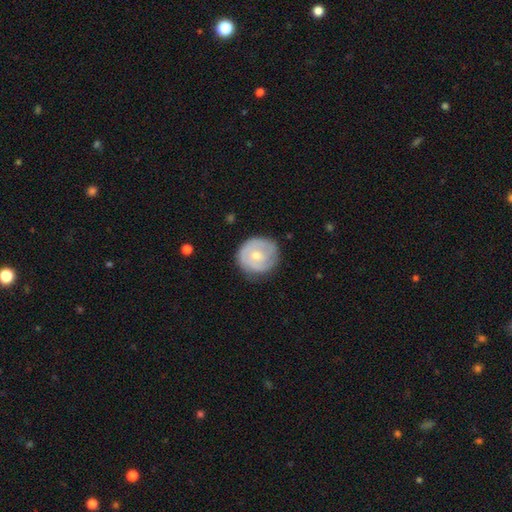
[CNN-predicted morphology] This appears to be a featured or disk galaxy (58%) with no bar (73%), spiral arms (75%) and a small central bulge (50%). Merging: none (75%).